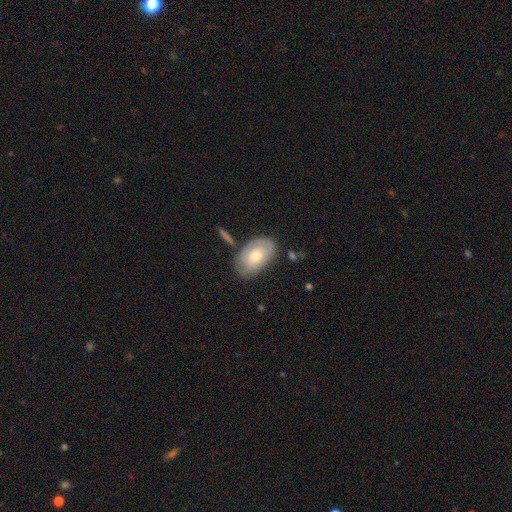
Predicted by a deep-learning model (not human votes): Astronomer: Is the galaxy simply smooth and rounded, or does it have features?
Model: smooth — 60%.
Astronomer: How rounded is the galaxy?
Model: in between — 90%.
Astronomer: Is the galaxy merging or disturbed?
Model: none — 65%.